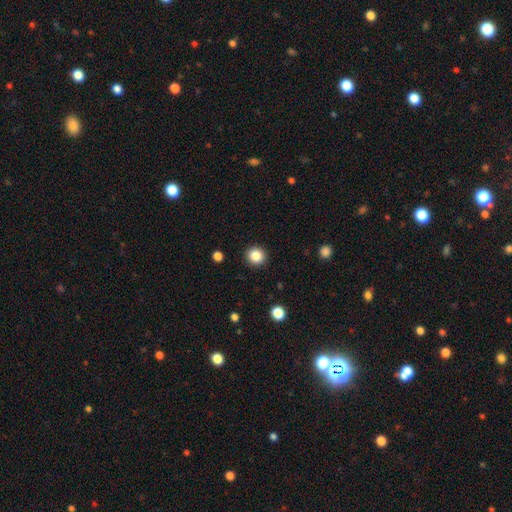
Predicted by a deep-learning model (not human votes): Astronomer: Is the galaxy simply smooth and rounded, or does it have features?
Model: smooth — 86%.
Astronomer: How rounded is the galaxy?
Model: round — 90%.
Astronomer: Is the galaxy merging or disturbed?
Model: none — 92%.